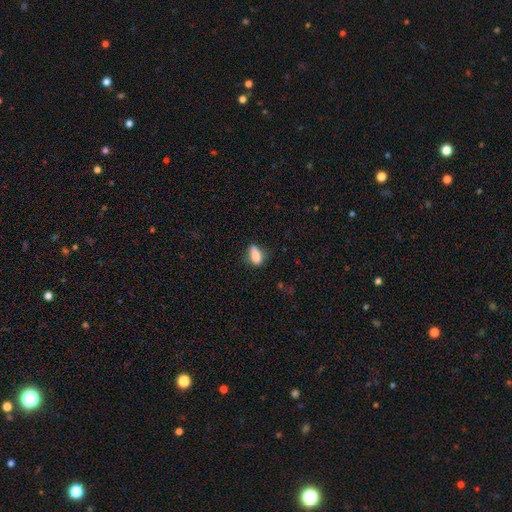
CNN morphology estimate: type=smooth (80%); roundness=in between (73%); merging=none (59%).